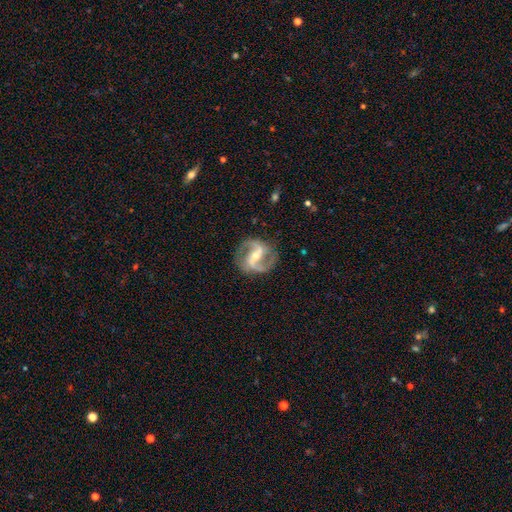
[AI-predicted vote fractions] Smooth or featured?
  - featured or disk: 92% *
  - star or artifact: 4%
  - smooth: 4%
Edge-on disk?
  - no: 98% *
  - yes: 2%
Bar?
  - strong: 42% *
  - weak: 36%
  - no: 22%
Spiral arms?
  - yes: 98% *
  - no: 2%
Spiral winding?
  - medium: 53% *
  - loose: 34%
  - tight: 13%
Spiral arm count?
  - 2: 93% *
  - can't tell: 2%
  - 3: 2%
  - 1: 1%
  - 4: 1%
  - more than 4: 1%
Bulge size?
  - small: 52% *
  - moderate: 45%
  - large: 1%
  - none: 1%
  - dominant: 1%
Merging?
  - none: 82% *
  - minor disturbance: 12%
  - major disturbance: 4%
  - merger: 1%